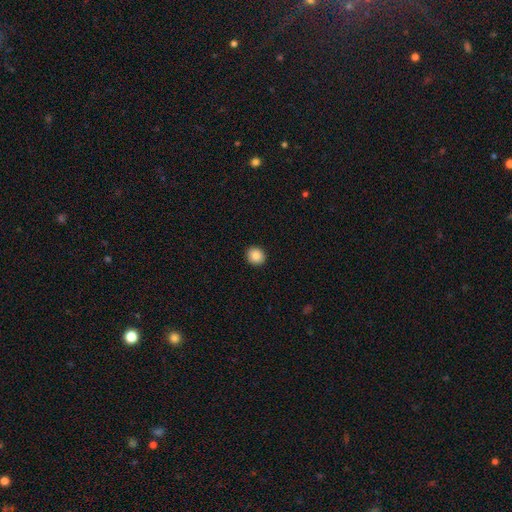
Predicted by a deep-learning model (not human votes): Morphology: type=smooth (87%); roundness=round (84%); merging=none (92%).